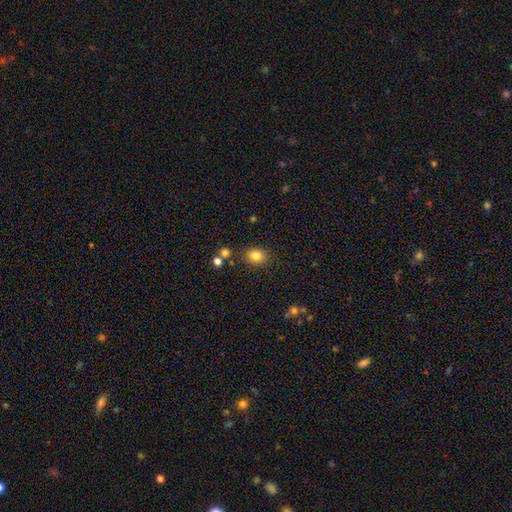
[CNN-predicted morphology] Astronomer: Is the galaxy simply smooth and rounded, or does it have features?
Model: smooth — 82%.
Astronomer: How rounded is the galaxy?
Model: in between — 51% (runner-up: round, 48%).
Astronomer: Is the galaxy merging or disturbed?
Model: none — 81%.